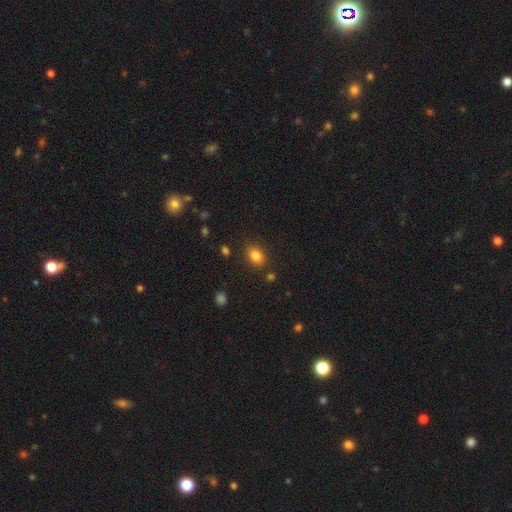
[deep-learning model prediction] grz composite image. It shows a smooth galaxy with no disk features (83%) that is in between round and cigar-shaped (61%). Merging: none (83%).